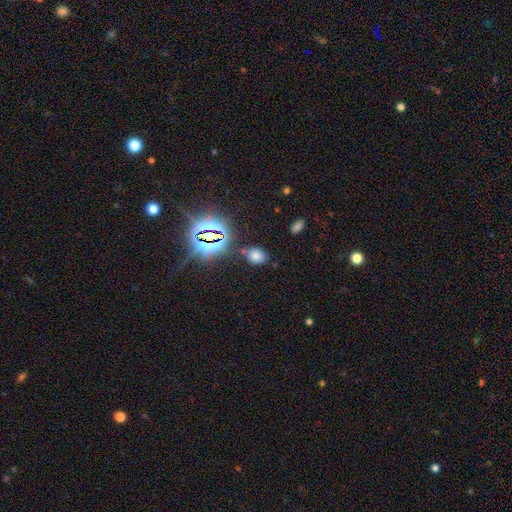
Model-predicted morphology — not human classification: A smooth galaxy with no disk features (64%) that is in between round and cigar-shaped (63%). Merging: none (79%).